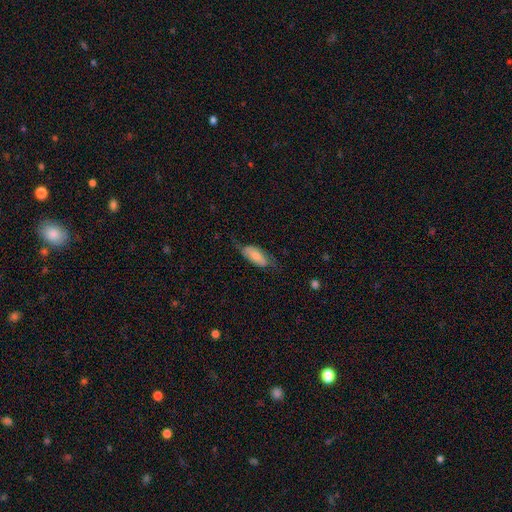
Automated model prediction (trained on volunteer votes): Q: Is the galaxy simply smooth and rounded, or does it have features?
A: smooth — 67%.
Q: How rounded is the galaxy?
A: in between — 86%.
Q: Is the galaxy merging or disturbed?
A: none — 55%.